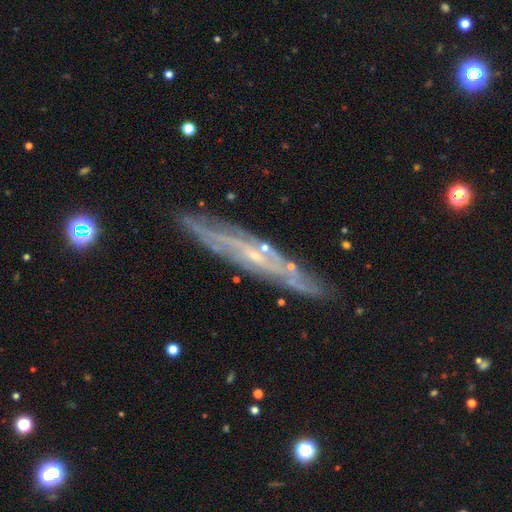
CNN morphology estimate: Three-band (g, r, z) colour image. It shows a featured or disk galaxy (76%) viewed edge-on (69%) with no central bulge (61%). Merging: none (83%).